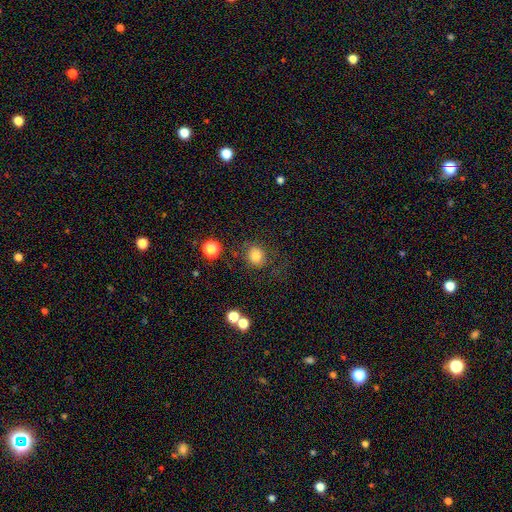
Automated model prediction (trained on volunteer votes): Smooth or featured?
  - smooth: 81% *
  - star or artifact: 12%
  - featured or disk: 8%
How rounded?
  - round: 77% *
  - in between: 22%
  - cigar-shaped: 1%
Merging?
  - none: 74% *
  - minor disturbance: 14%
  - major disturbance: 8%
  - merger: 4%